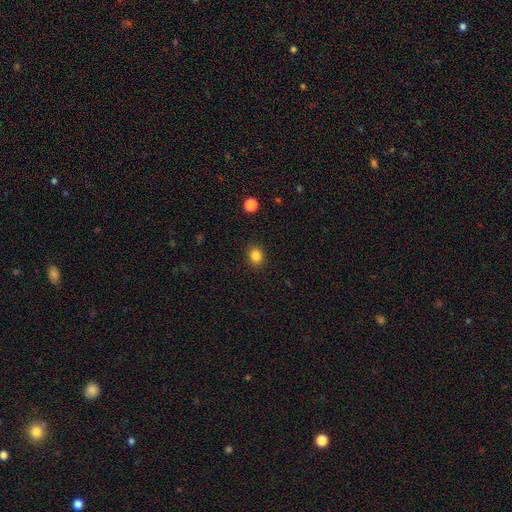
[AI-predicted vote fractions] Morphology: type=smooth (84%); roundness=round (68%); merging=none (89%).